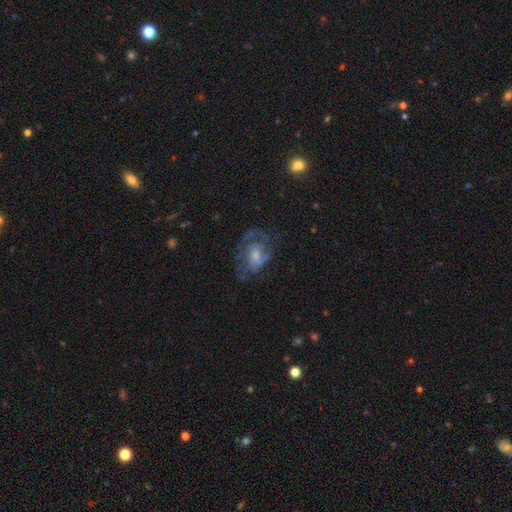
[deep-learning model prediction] A featured or disk galaxy (72%) with no bar (60%), 2 (38%) medium (45%) spiral arms (82%) and a moderate central bulge (45%).

Vote fractions:
- Smooth or featured? featured or disk: 72% / smooth: 19% / star or artifact: 8%
- Edge-on disk? no: 97% / yes: 3%
- Bar? no: 60% / weak: 34% / strong: 6%
- Spiral arms? yes: 82% / no: 18%
- Spiral winding? medium: 45% / tight: 36% / loose: 19%
- Spiral arm count? 2: 38% / can't tell: 30% / 3: 13% / 1: 12% / 4: 3% / more than 4: 3%
- Bulge size? moderate: 45% / small: 38% / none: 8% / large: 8% / dominant: 1%
- Merging? none: 53% / major disturbance: 24% / minor disturbance: 22% / merger: 2%